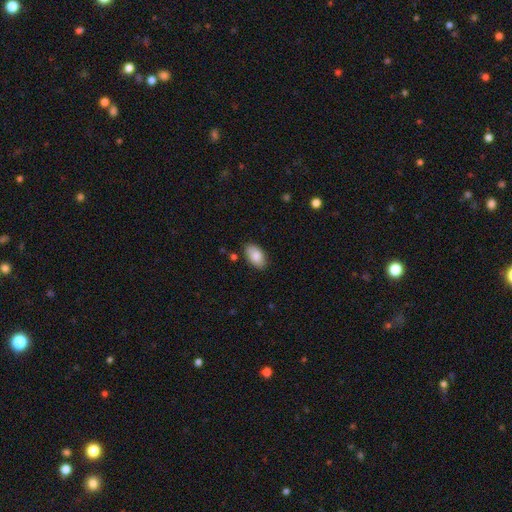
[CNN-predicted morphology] A smooth galaxy with no disk features (85%) that is in between round and cigar-shaped (94%).

Vote fractions:
- Smooth or featured? smooth: 85% / featured or disk: 8% / star or artifact: 7%
- How rounded? in between: 94% / round: 4% / cigar-shaped: 2%
- Merging? none: 85% / minor disturbance: 11% / major disturbance: 2% / merger: 2%